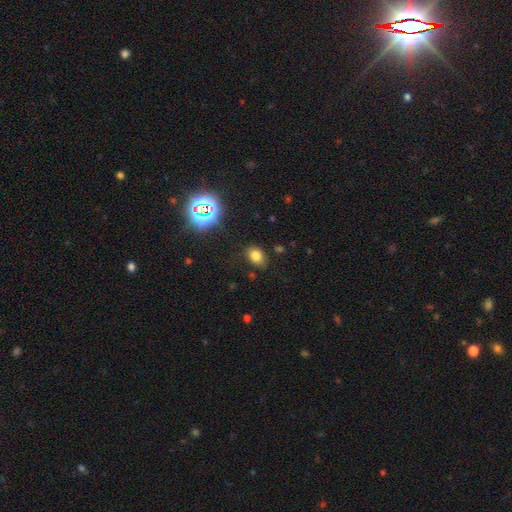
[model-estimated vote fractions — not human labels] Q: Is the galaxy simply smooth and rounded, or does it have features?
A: smooth — 74%.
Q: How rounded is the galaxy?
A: in between — 66%.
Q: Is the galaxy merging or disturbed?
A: none — 77%.